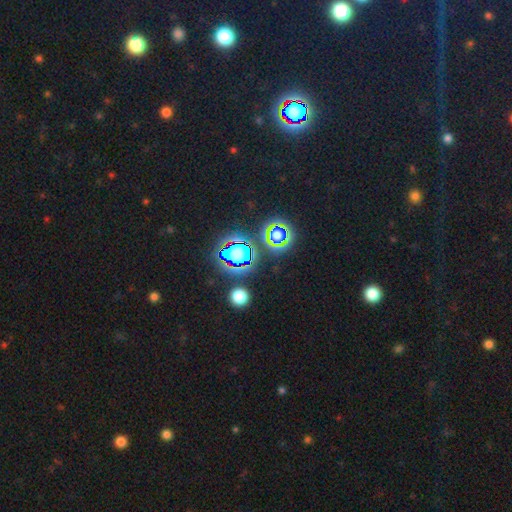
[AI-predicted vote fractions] The model was most divided on "smooth or featured": star or artifact: 81%, smooth: 12%, featured or disk: 7%.